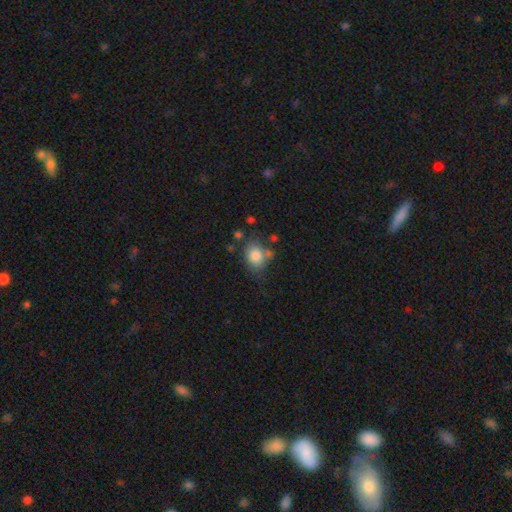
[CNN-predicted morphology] smooth-or-featured: smooth: 82% | star or artifact: 9% | featured or disk: 9%
  how-rounded: round: 51% | in between: 47% | cigar-shaped: 1%
  merging: none: 59% | minor disturbance: 22% | merger: 11% | major disturbance: 8%